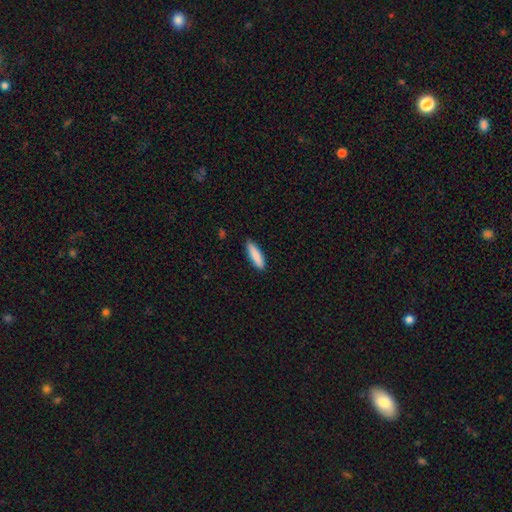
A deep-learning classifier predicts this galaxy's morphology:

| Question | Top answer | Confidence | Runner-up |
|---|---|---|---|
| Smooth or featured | smooth | 87% | featured or disk (7%) |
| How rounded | cigar-shaped | 69% | in between (30%) |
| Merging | none | 88% | minor disturbance (10%) |